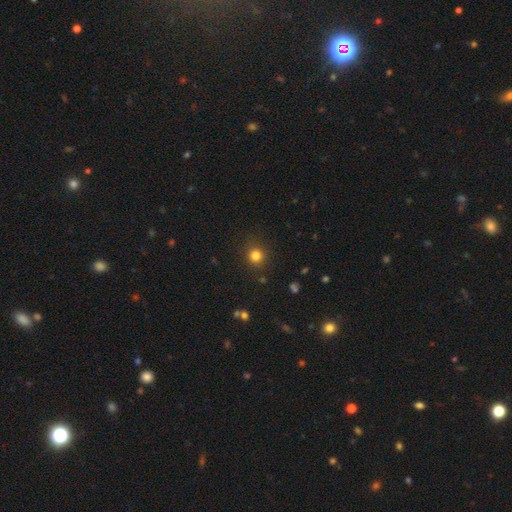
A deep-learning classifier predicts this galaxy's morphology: Smooth or featured? smooth (81%)
How rounded? round (93%)
Merging? none (89%)